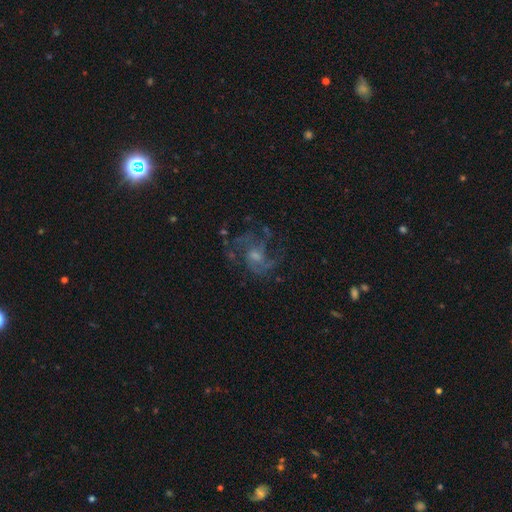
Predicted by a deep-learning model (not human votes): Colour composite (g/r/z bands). It shows a featured or disk galaxy (77%) with no bar (64%), 3 (32%) medium (51%) spiral arms (89%) and a moderate central bulge (44%). Merging: none (62%).